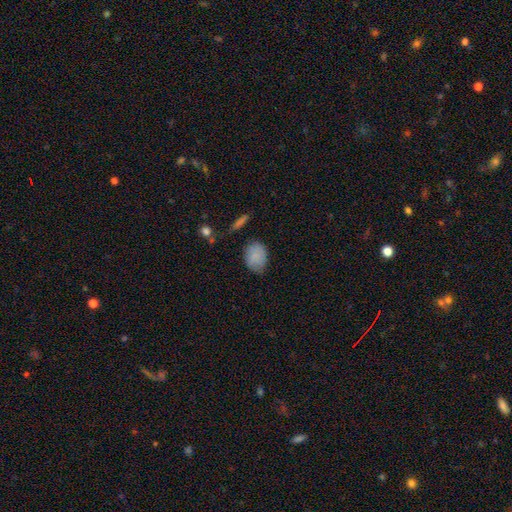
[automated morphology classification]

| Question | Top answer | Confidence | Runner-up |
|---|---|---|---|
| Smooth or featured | smooth | 83% | featured or disk (9%) |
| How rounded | in between | 68% | round (31%) |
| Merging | none | 64% | minor disturbance (28%) |